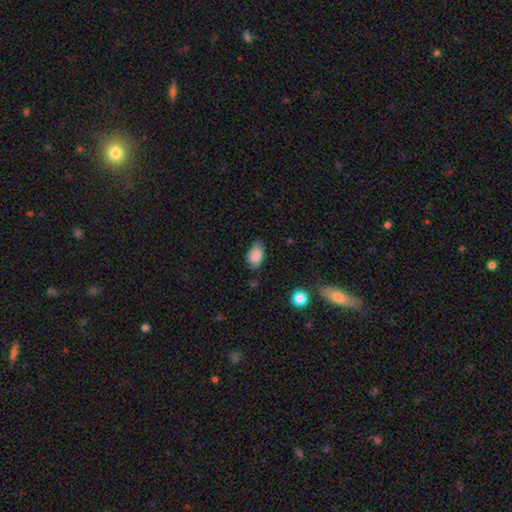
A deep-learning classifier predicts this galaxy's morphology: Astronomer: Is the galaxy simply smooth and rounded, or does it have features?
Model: smooth — 85%.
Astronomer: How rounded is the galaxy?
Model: in between — 90%.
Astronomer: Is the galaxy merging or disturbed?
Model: none — 66%.